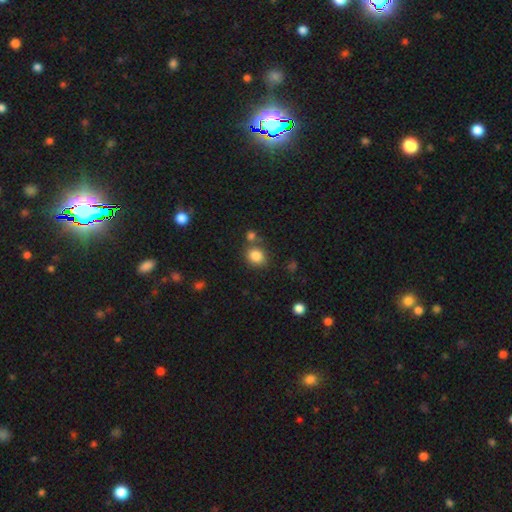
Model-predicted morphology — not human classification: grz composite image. It shows a smooth galaxy with no disk features (84%) that is round (64%). Merging: none (67%).